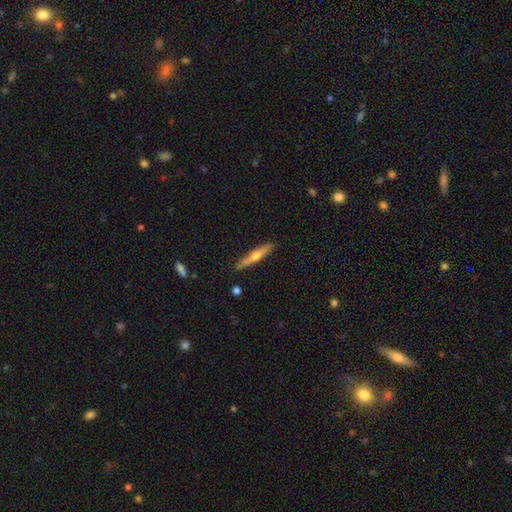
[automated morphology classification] Overall: featured or disk (51%; smooth 43%). Edge-on disk: yes (94%). Merging: none (84%).